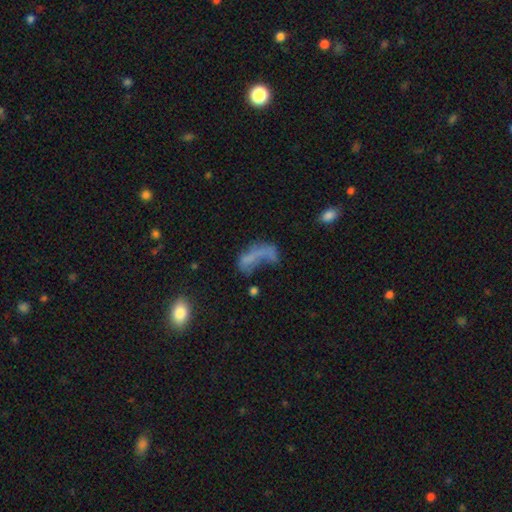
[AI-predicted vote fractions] smooth-or-featured: smooth: 45% | featured or disk: 38% | star or artifact: 17%
  merging: major disturbance: 48% | none: 26% | minor disturbance: 14% | merger: 12%